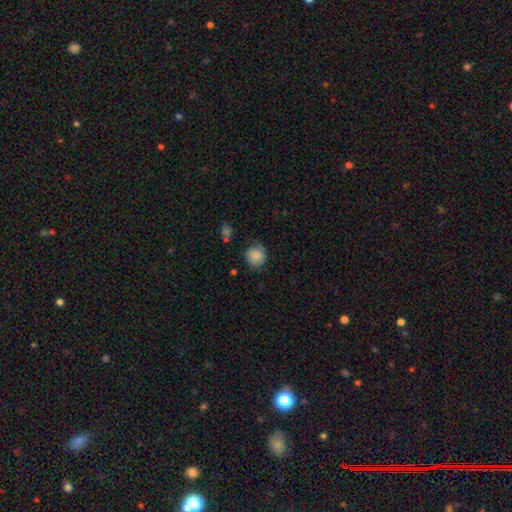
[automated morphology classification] smooth 83%, featured or disk 9%, star or artifact 8%. Down the decision tree: how rounded — round (84%); merging — none (73%).